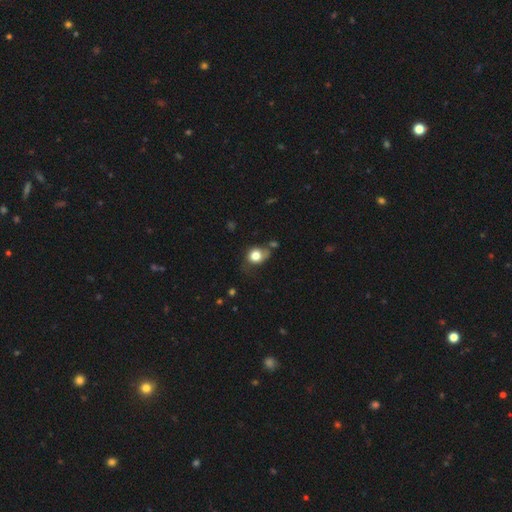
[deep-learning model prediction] A smooth galaxy with no disk features (76%) that is round (65%). Merging: none (44%).